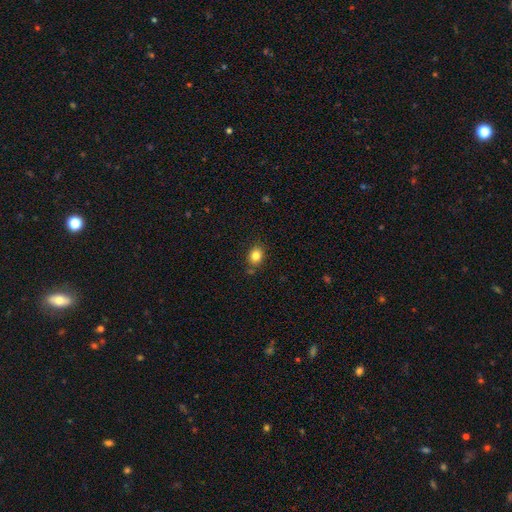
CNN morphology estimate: The model was most divided on "how rounded": round: 51%, in between: 48%, cigar-shaped: 1%. More confident: smooth or featured — smooth (83%); merging — none (79%).